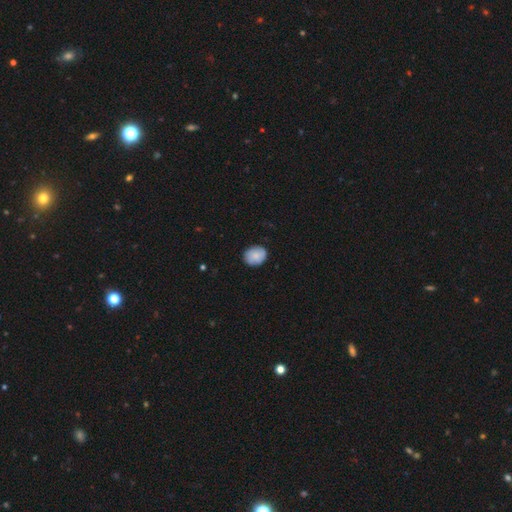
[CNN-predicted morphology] Smooth or featured?
  - smooth: 78% *
  - featured or disk: 15%
  - star or artifact: 7%
How rounded?
  - round: 60% *
  - in between: 39%
  - cigar-shaped: 1%
Merging?
  - none: 83% *
  - minor disturbance: 14%
  - major disturbance: 2%
  - merger: 1%